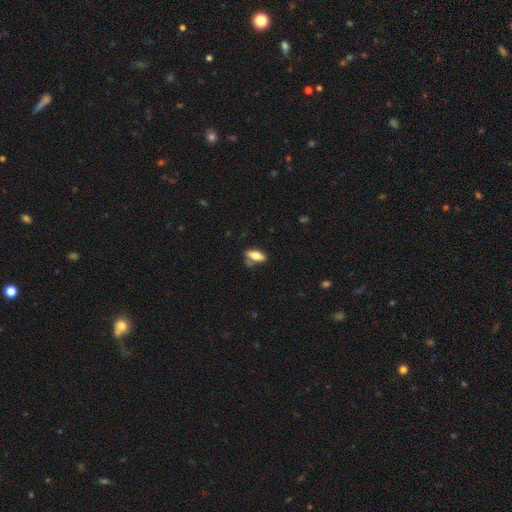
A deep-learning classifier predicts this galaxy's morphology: A smooth galaxy with no disk features (64%) that is in between round and cigar-shaped (77%).

Vote fractions:
- Smooth or featured? smooth: 64% / featured or disk: 28% / star or artifact: 7%
- How rounded? in between: 77% / cigar-shaped: 19% / round: 4%
- Merging? none: 65% / minor disturbance: 20% / merger: 9% / major disturbance: 6%